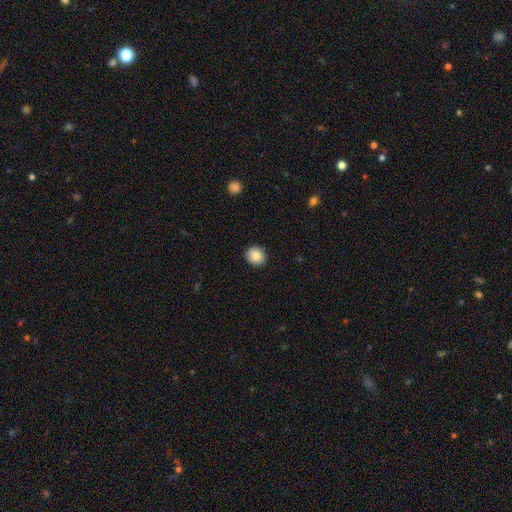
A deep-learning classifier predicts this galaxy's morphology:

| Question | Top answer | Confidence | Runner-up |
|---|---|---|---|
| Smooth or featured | smooth | 85% | star or artifact (9%) |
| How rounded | round | 88% | in between (11%) |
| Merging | none | 91% | minor disturbance (7%) |